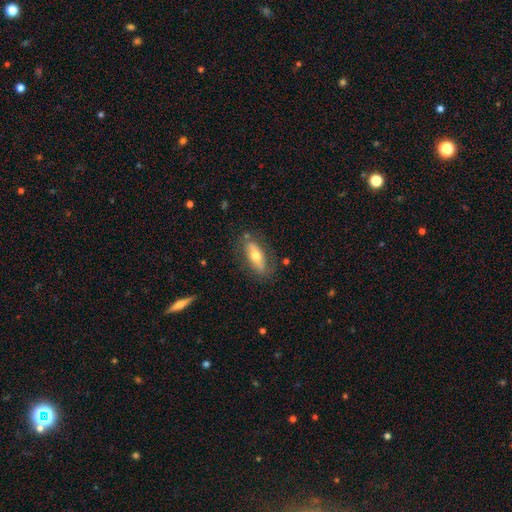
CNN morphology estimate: Smooth or featured? Predicted: smooth (p=0.54). How rounded? Predicted: in between (p=0.67). Merging? Predicted: none (p=0.76).